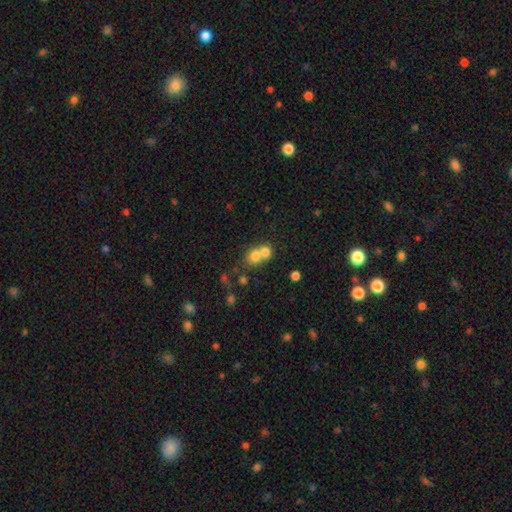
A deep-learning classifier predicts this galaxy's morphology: The model was most divided on "merging": merger: 64%, none: 27%, minor disturbance: 5%, major disturbance: 3%. More confident: smooth or featured — smooth (73%); how rounded — round (71%).